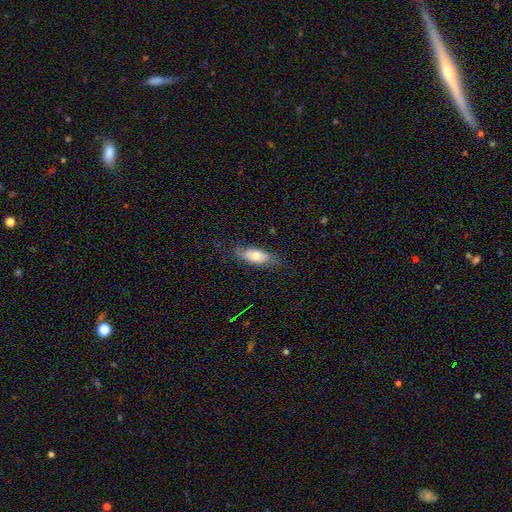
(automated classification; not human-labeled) Q: Smooth or featured?
A: smooth (64%); runner-up: featured or disk (29%)
Q: How rounded?
A: in between (69%); runner-up: cigar-shaped (28%)
Q: Merging?
A: none (67%); runner-up: minor disturbance (23%)